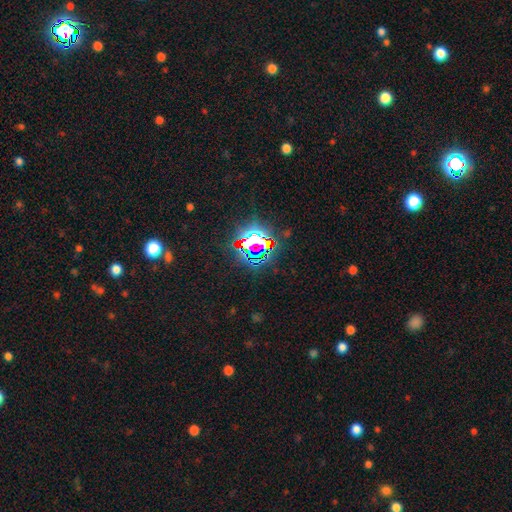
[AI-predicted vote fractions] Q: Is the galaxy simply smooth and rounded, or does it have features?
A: star or artifact — 79%.